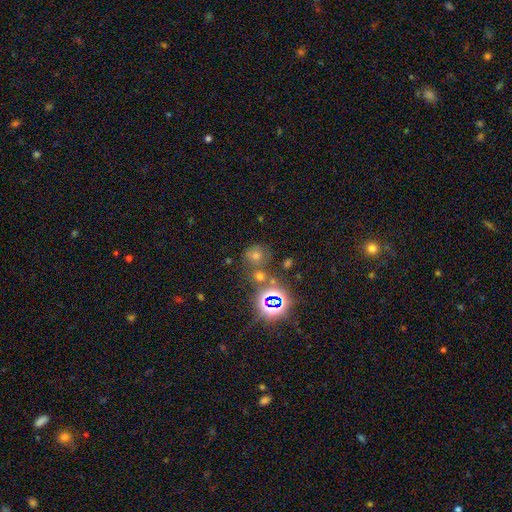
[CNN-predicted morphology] A star or artifact, not a galaxy (46%).

Vote fractions:
- Smooth or featured? star or artifact: 46% / smooth: 41% / featured or disk: 13%